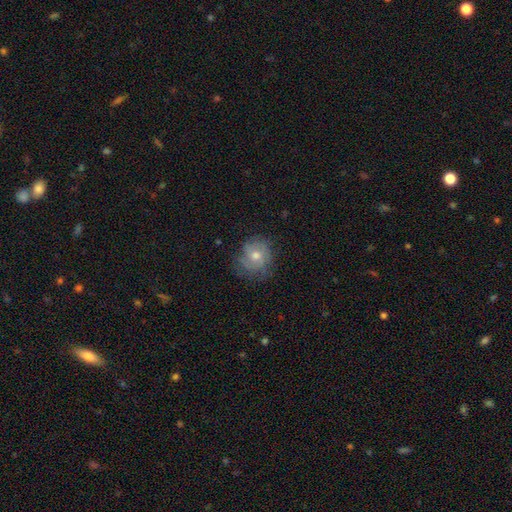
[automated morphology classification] Overall: featured or disk (52%; smooth 37%). Edge-on disk: no (97%). Bar: no (80%). Spiral arms: yes (76%). Bulge size: moderate (69%). Merging: none (69%).